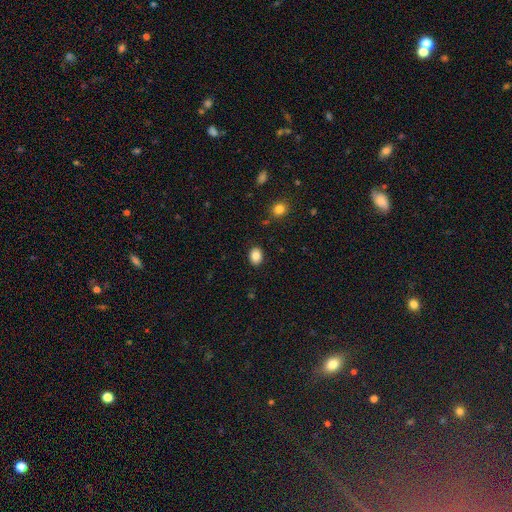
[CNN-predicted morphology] Smooth or featured?
  - smooth: 86% *
  - star or artifact: 9%
  - featured or disk: 5%
How rounded?
  - in between: 60% *
  - round: 39%
  - cigar-shaped: 1%
Merging?
  - none: 88% *
  - minor disturbance: 8%
  - major disturbance: 2%
  - merger: 2%